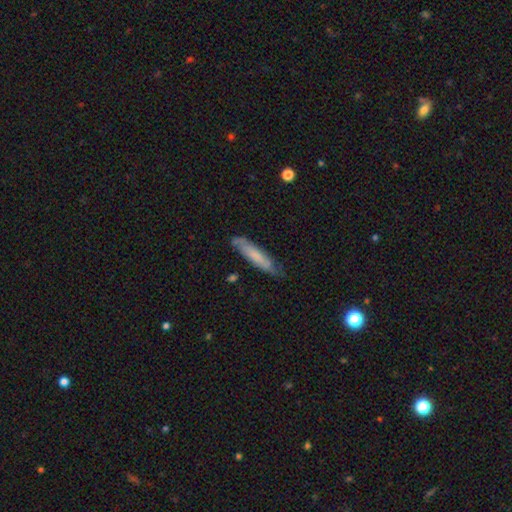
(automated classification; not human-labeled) Q: Smooth or featured?
A: smooth (62%); runner-up: featured or disk (32%)
Q: How rounded?
A: cigar-shaped (83%); runner-up: in between (15%)
Q: Merging?
A: none (74%); runner-up: minor disturbance (20%)